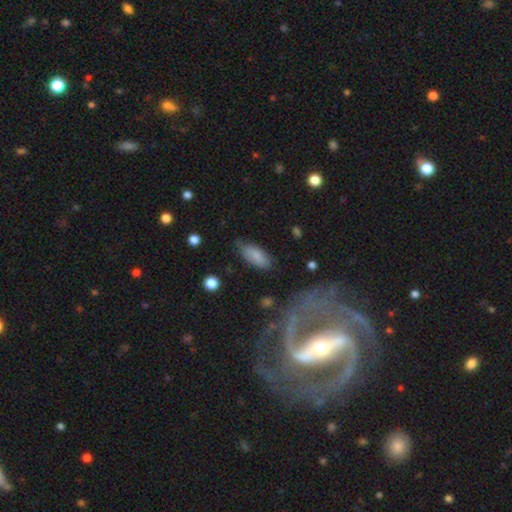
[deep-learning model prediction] smooth_or_featured: smooth (p=0.80) [alt: featured or disk p=0.13]
how_rounded: in between (p=0.83) [alt: cigar-shaped p=0.15]
merging: none (p=0.69) [alt: minor disturbance p=0.23]